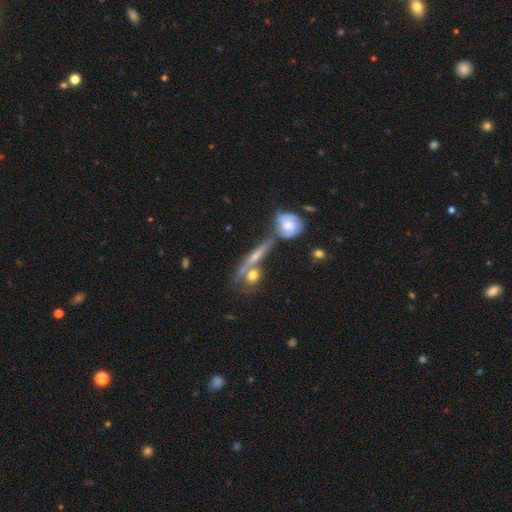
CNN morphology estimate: A featured or disk galaxy (50%) viewed edge-on (72%). Merging: none (49%).